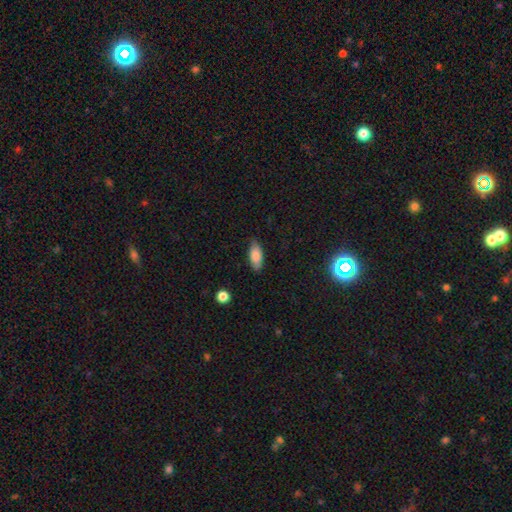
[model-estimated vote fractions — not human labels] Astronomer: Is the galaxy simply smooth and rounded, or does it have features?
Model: smooth — 83%.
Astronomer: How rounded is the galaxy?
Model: in between — 84%.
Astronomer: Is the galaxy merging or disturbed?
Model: none — 83%.